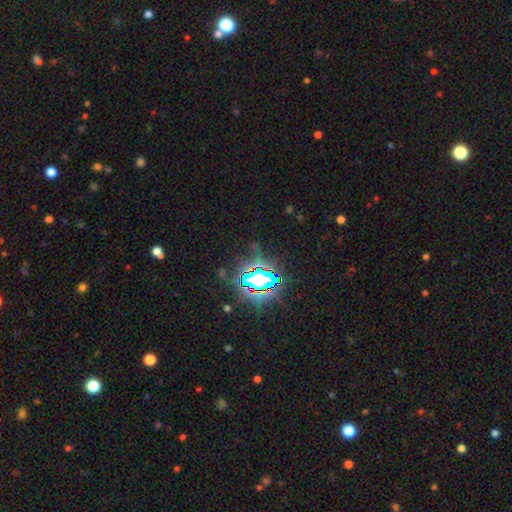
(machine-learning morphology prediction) A star or artifact, not a galaxy (80%).